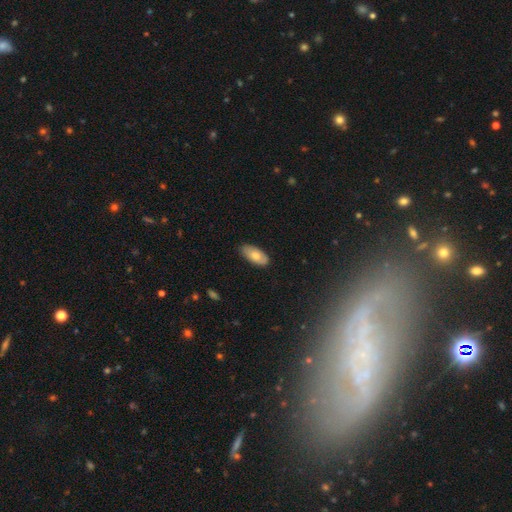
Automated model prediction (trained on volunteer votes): This is likely a smooth galaxy (71%). How rounded: clearly in between (91%). Merging: clearly none (81%).